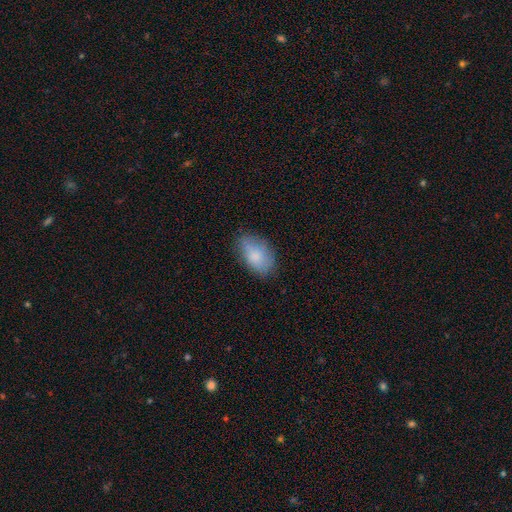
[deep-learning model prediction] smooth_or_featured: smooth (p=0.81) [alt: featured or disk p=0.12]
how_rounded: in between (p=0.91) [alt: round p=0.07]
merging: none (p=0.73) [alt: minor disturbance p=0.21]